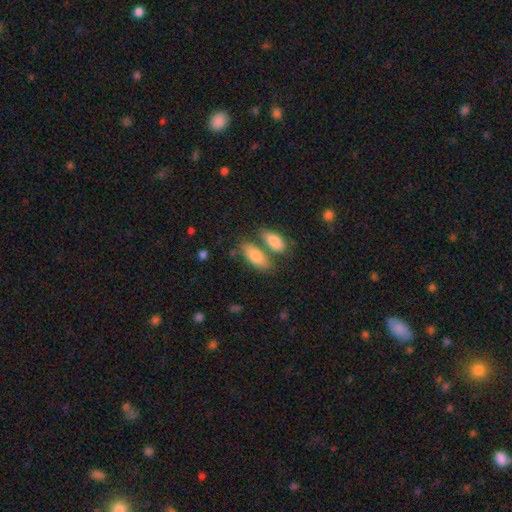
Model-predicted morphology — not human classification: This is likely a smooth galaxy (79%). How rounded: clearly in between (80%). Merging: possibly none (48%).